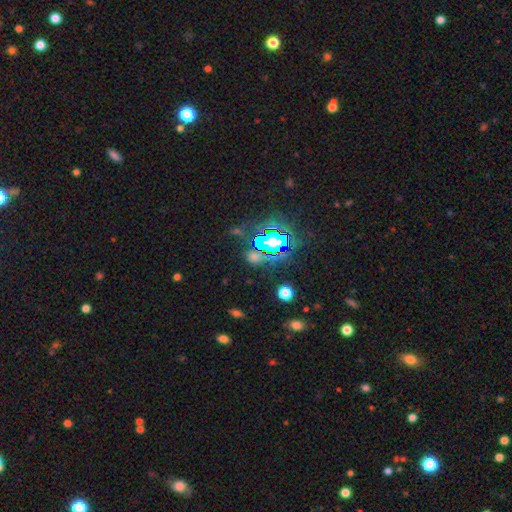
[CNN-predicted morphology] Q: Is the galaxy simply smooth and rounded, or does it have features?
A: star or artifact — 72%.